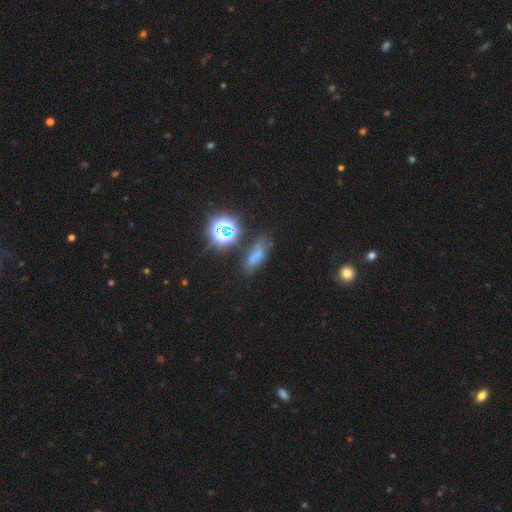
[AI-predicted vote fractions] smooth 59%, star or artifact 28%, featured or disk 13%. Down the decision tree: how rounded — in between (71%); merging — none (68%).